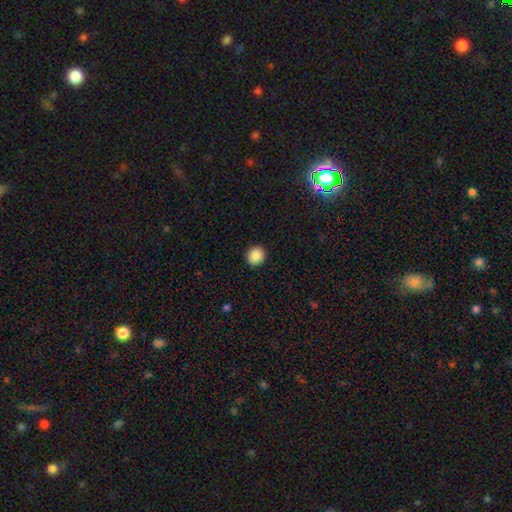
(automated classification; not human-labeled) smooth_or_featured: smooth (p=0.89) [alt: star or artifact p=0.09]
how_rounded: round (p=0.86) [alt: in between p=0.13]
merging: none (p=0.92) [alt: minor disturbance p=0.05]